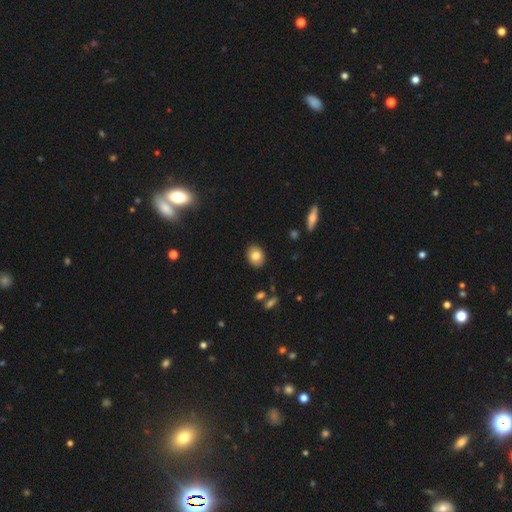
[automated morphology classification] A smooth galaxy with no disk features (81%) that is in between round and cigar-shaped (57%).

Vote fractions:
- Smooth or featured? smooth: 81% / featured or disk: 11% / star or artifact: 8%
- How rounded? in between: 57% / round: 42% / cigar-shaped: 1%
- Merging? none: 89% / minor disturbance: 8% / major disturbance: 2% / merger: 1%